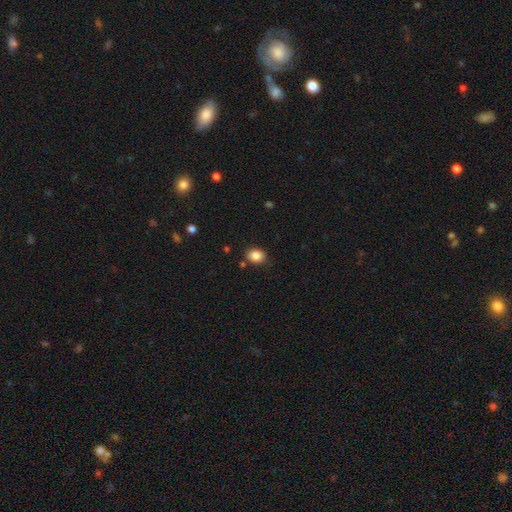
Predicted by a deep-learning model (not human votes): A smooth galaxy with no disk features (86%) that is in between round and cigar-shaped (58%). Merging: none (84%).